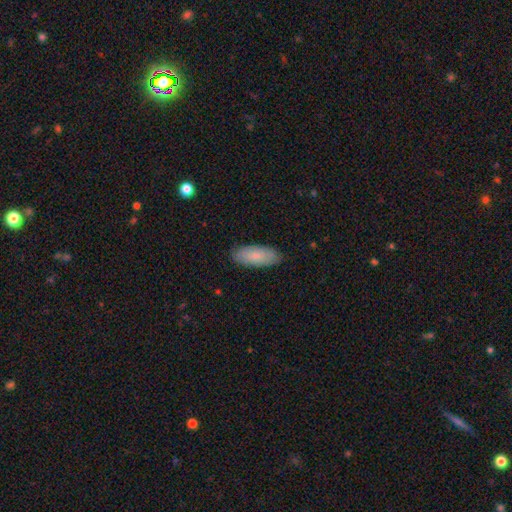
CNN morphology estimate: smooth-or-featured: smooth: 80% | featured or disk: 15% | star or artifact: 6%
  how-rounded: in between: 80% | cigar-shaped: 18% | round: 2%
  merging: none: 86% | minor disturbance: 11% | major disturbance: 2% | merger: 1%